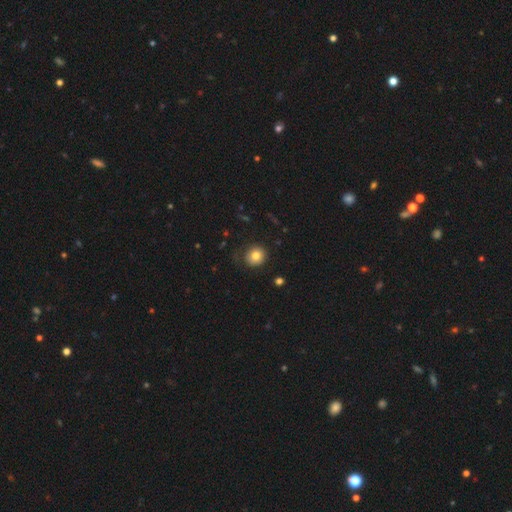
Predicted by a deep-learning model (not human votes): smooth_or_featured: smooth (p=0.79) [alt: featured or disk p=0.11]
how_rounded: round (p=0.86) [alt: in between p=0.13]
merging: none (p=0.78) [alt: minor disturbance p=0.15]